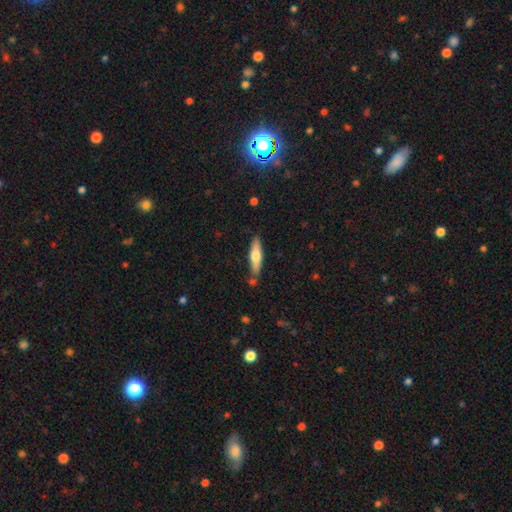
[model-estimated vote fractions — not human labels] A smooth galaxy with no disk features (54%) that is cigar-shaped (73%).

Vote fractions:
- Smooth or featured? smooth: 54% / featured or disk: 41% / star or artifact: 6%
- How rounded? cigar-shaped: 73% / in between: 25% / round: 2%
- Merging? none: 80% / minor disturbance: 13% / merger: 5% / major disturbance: 3%